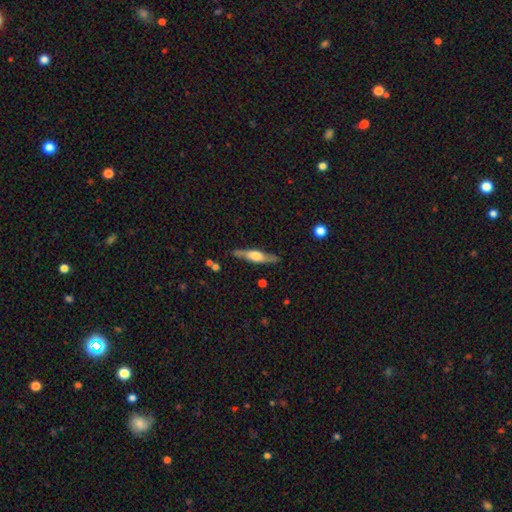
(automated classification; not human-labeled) Smooth or featured?
  - featured or disk: 60% *
  - smooth: 35%
  - star or artifact: 5%
Edge-on disk?
  - yes: 86% *
  - no: 14%
Edge-on bulge?
  - rounded: 80% *
  - boxy: 15%
  - none: 5%
Merging?
  - none: 83% *
  - minor disturbance: 12%
  - major disturbance: 3%
  - merger: 2%